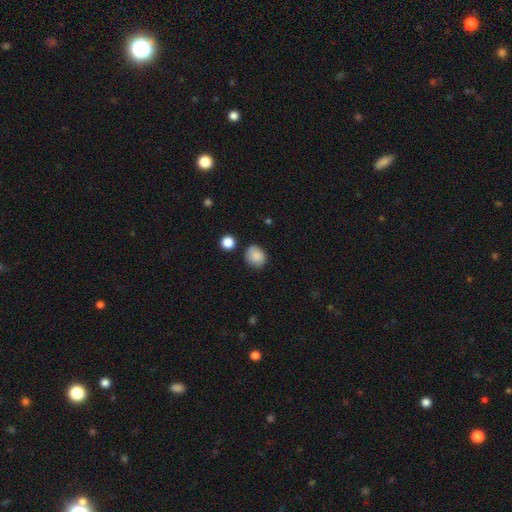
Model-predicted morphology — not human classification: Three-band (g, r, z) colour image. It shows a smooth galaxy with no disk features (86%) that is round (63%). Merging: none (74%).